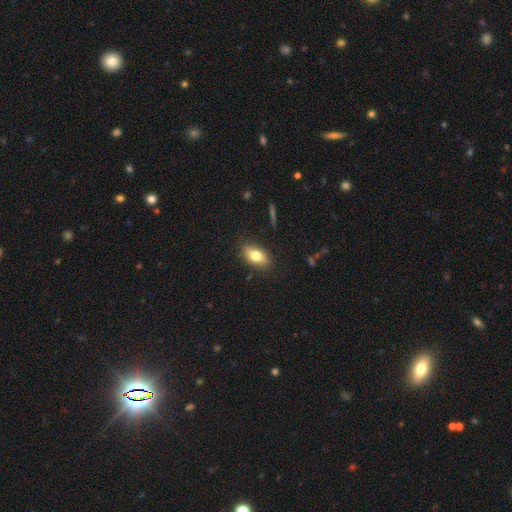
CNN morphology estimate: smooth_or_featured: smooth (p=0.76) [alt: featured or disk p=0.16]
how_rounded: in between (p=0.86) [alt: cigar-shaped p=0.07]
merging: none (p=0.85) [alt: minor disturbance p=0.11]